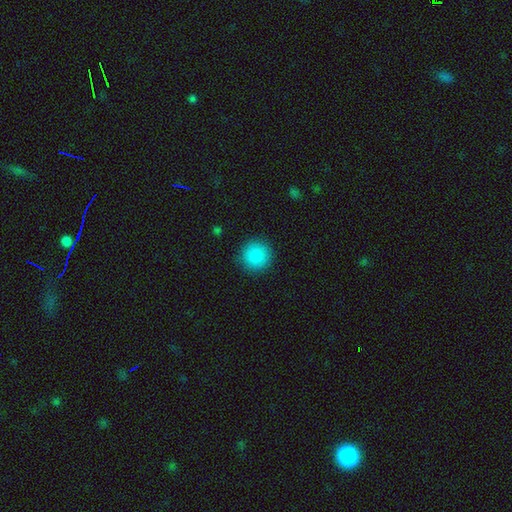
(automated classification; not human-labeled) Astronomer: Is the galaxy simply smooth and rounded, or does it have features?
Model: smooth — 89%.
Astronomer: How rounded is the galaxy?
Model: round — 94%.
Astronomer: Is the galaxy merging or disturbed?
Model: none — 90%.